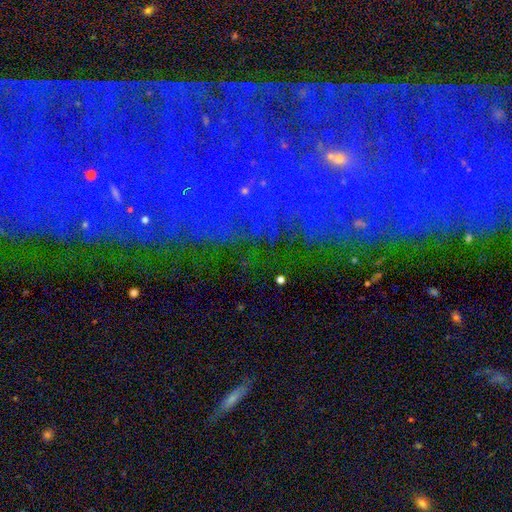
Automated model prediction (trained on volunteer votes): This appears to be a star or artifact, not a galaxy (68%).